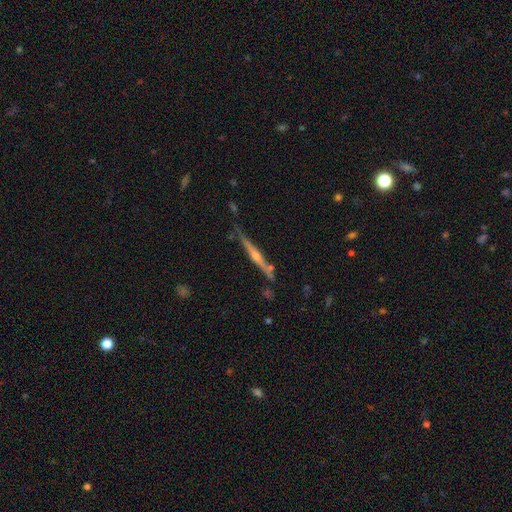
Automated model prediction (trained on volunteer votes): A featured or disk galaxy (79%) viewed edge-on (98%) with a rounded central bulge (84%). Merging: none (77%).